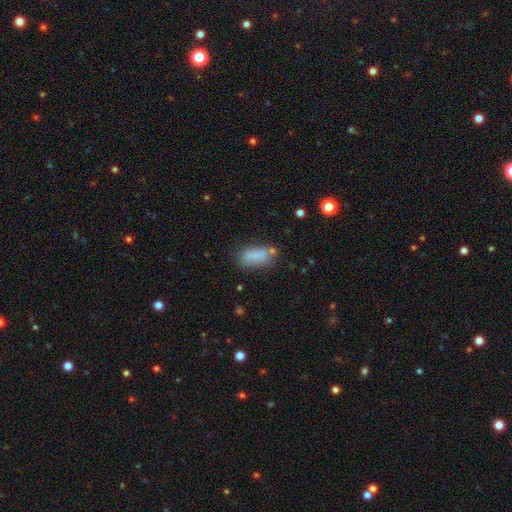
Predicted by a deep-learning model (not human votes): Smooth or featured? smooth (80%)
How rounded? in between (79%)
Merging? none (59%)